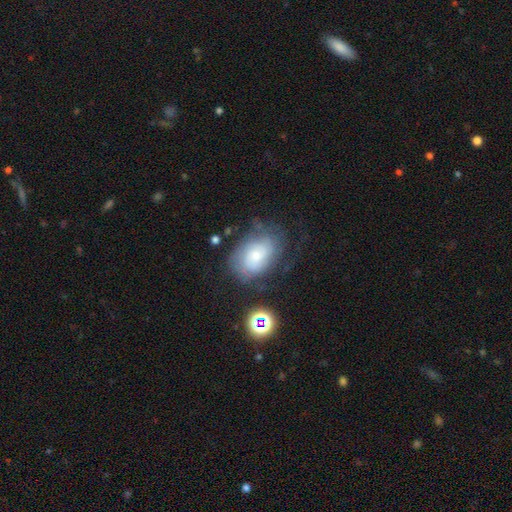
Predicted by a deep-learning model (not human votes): A featured or disk galaxy (45%). Merging: none (59%).